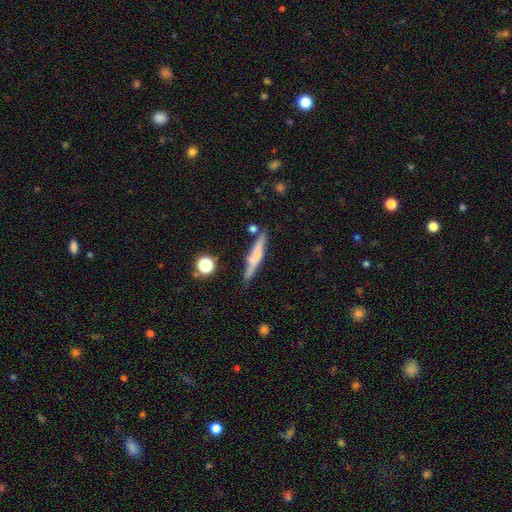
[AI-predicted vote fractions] Q: Smooth or featured?
A: smooth (53%); runner-up: featured or disk (40%)
Q: How rounded?
A: cigar-shaped (90%); runner-up: in between (8%)
Q: Merging?
A: none (70%); runner-up: minor disturbance (18%)